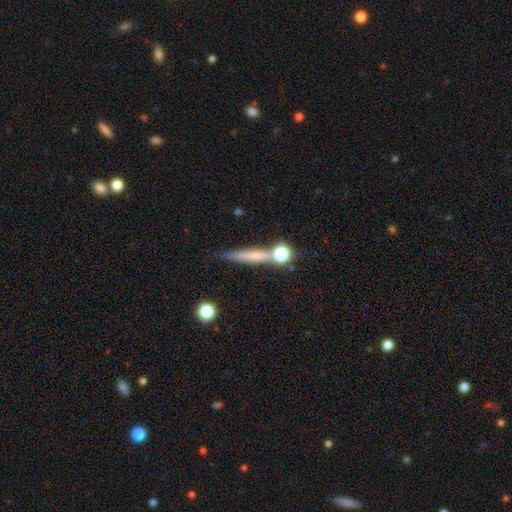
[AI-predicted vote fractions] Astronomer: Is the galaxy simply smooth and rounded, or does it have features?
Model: smooth — 52% (runner-up: featured or disk, 37%).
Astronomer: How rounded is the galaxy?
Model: cigar-shaped — 84%.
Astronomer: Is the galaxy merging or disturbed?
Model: none — 68%.